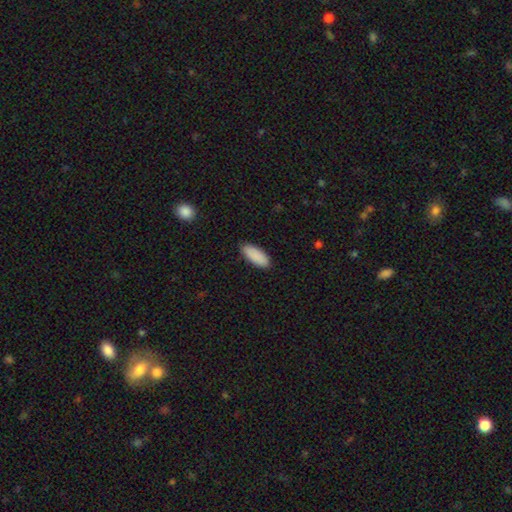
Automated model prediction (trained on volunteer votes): Morphology: type=smooth (90%); roundness=in between (80%); merging=none (87%).